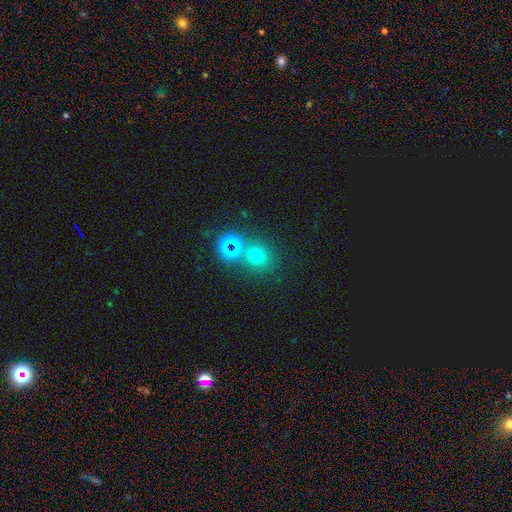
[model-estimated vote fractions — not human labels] smooth 66%, star or artifact 27%, featured or disk 8%. Down the decision tree: how rounded — round (82%); merging — none (71%).